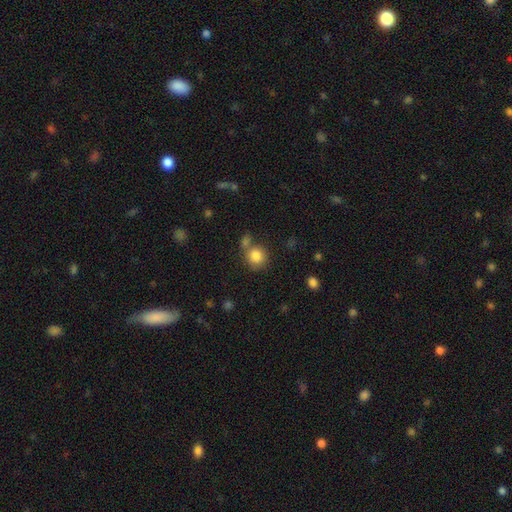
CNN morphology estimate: A smooth galaxy with no disk features (84%) that is round (85%).

Vote fractions:
- Smooth or featured? smooth: 84% / star or artifact: 9% / featured or disk: 6%
- How rounded? round: 85% / in between: 14% / cigar-shaped: 1%
- Merging? none: 61% / merger: 23% / minor disturbance: 11% / major disturbance: 4%